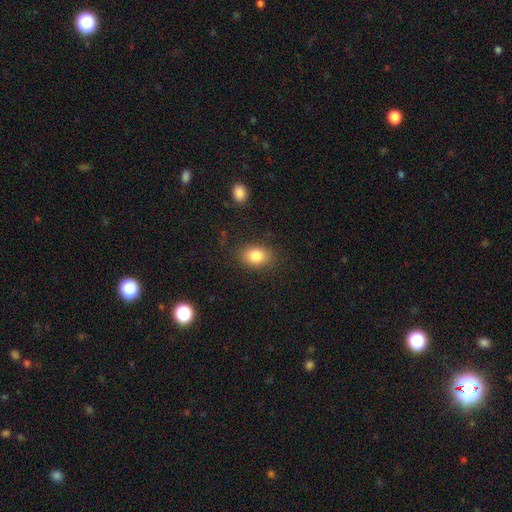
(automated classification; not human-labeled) Smooth or featured: smooth — 83% (star or artifact — 9%)
How rounded: in between — 70% (round — 29%)
Merging: none — 84% (minor disturbance — 11%)